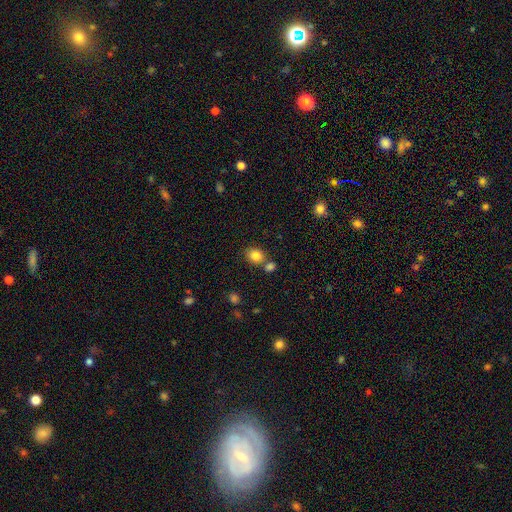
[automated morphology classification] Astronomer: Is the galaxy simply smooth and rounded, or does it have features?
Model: smooth — 84%.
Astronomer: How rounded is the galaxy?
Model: round — 58% (runner-up: in between, 41%).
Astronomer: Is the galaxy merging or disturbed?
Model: none — 64%.